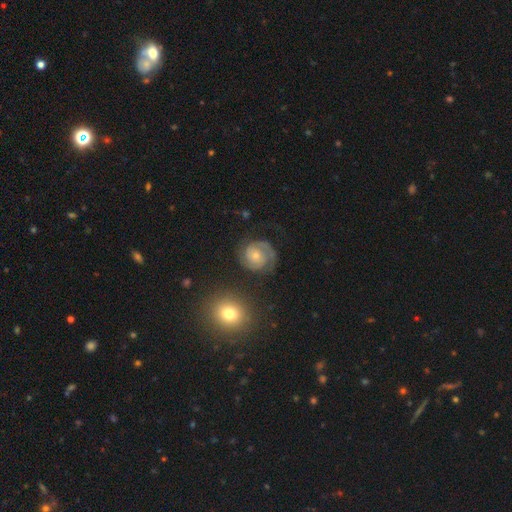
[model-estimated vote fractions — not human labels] Smooth or featured?
  - featured or disk: 70% *
  - smooth: 22%
  - star or artifact: 8%
Edge-on disk?
  - no: 98% *
  - yes: 2%
Bar?
  - no: 70% *
  - weak: 25%
  - strong: 5%
Spiral arms?
  - yes: 92% *
  - no: 8%
Spiral winding?
  - tight: 53% *
  - medium: 36%
  - loose: 11%
Spiral arm count?
  - 2: 71% *
  - can't tell: 13%
  - 1: 8%
  - 3: 5%
  - 4: 2%
  - more than 4: 2%
Bulge size?
  - small: 57% *
  - moderate: 37%
  - large: 2%
  - none: 2%
  - dominant: 1%
Merging?
  - none: 70% *
  - minor disturbance: 17%
  - major disturbance: 10%
  - merger: 3%